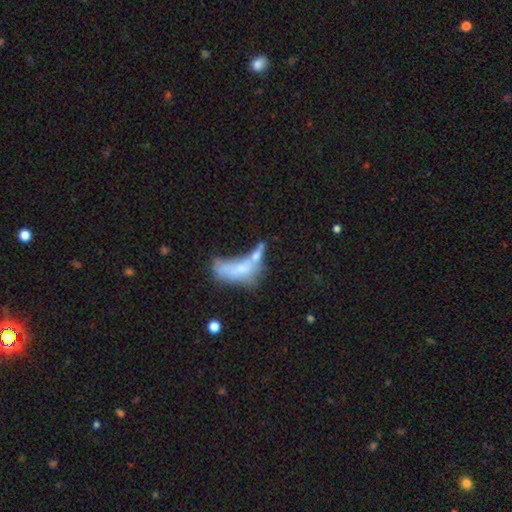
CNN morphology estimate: Smooth or featured?
  - smooth: 52% *
  - featured or disk: 35%
  - star or artifact: 13%
How rounded?
  - in between: 62% *
  - cigar-shaped: 32%
  - round: 7%
Merging?
  - merger: 54% *
  - none: 19%
  - major disturbance: 17%
  - minor disturbance: 10%